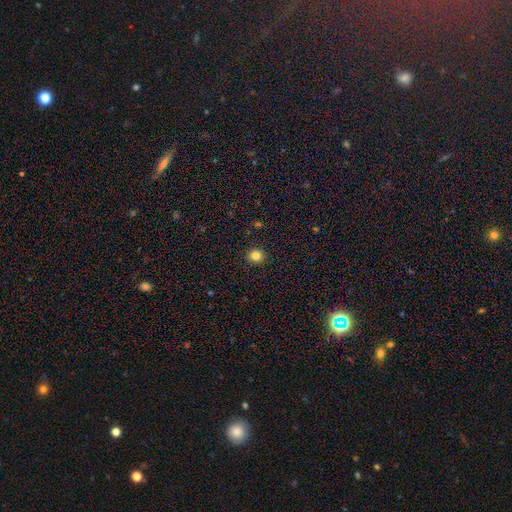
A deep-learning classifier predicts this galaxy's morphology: smooth_or_featured: smooth (p=0.82) [alt: star or artifact p=0.13]
how_rounded: round (p=0.91) [alt: in between p=0.08]
merging: none (p=0.93) [alt: minor disturbance p=0.05]